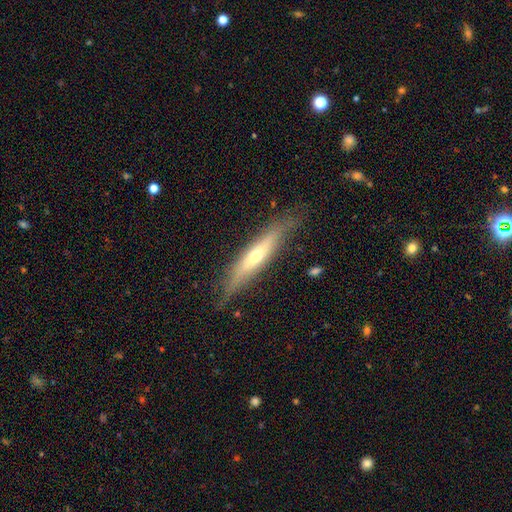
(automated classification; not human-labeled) Overall: featured or disk (58%; smooth 36%). Edge-on disk: yes (83%). Merging: none (77%).